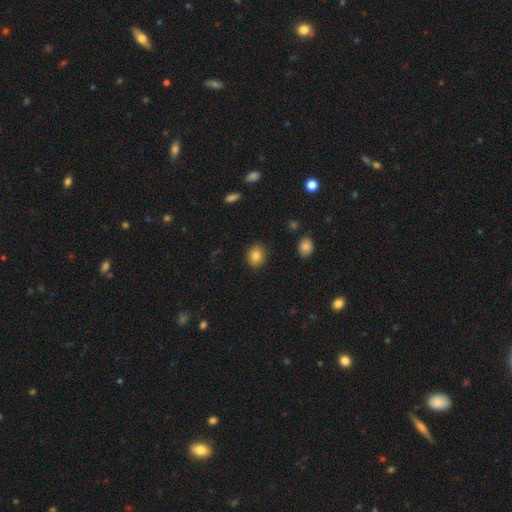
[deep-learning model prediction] This is clearly a smooth galaxy (83%). How rounded: likely round (61%). Merging: clearly none (88%).